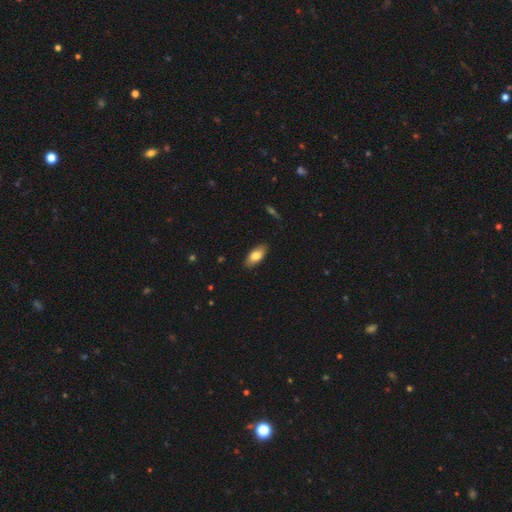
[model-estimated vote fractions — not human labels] Morphology: type=smooth (79%); roundness=in between (88%); merging=none (87%).